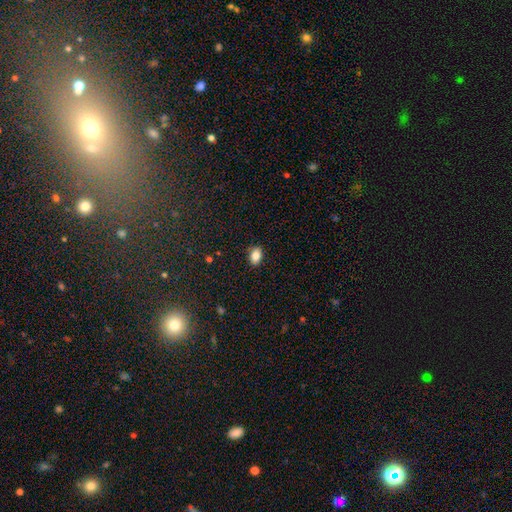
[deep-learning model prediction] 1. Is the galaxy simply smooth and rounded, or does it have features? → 84% smooth, 9% star or artifact, 7% featured or disk.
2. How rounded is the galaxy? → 80% in between, 19% round, 1% cigar-shaped.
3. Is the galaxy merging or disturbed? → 88% none, 9% minor disturbance, 2% major disturbance, 1% merger.